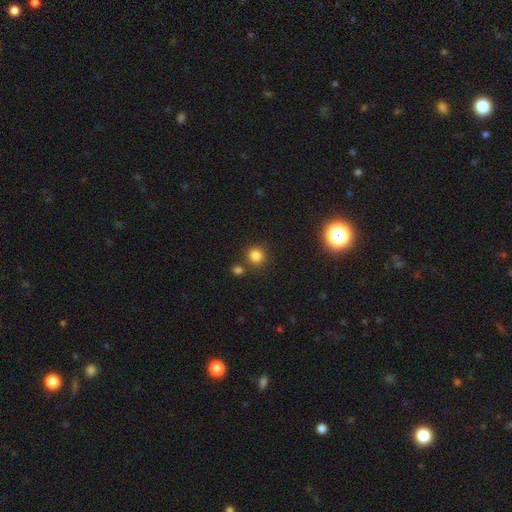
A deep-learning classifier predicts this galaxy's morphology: A smooth galaxy with no disk features (81%) that is round (91%).

Vote fractions:
- Smooth or featured? smooth: 81% / star or artifact: 14% / featured or disk: 5%
- How rounded? round: 91% / in between: 8% / cigar-shaped: 1%
- Merging? none: 78% / merger: 11% / minor disturbance: 9% / major disturbance: 3%